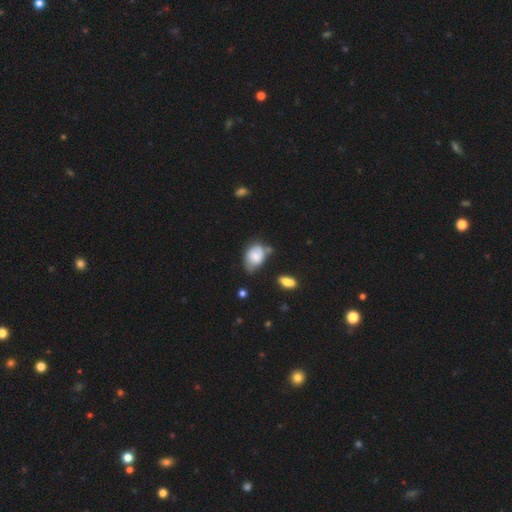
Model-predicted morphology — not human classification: A smooth galaxy with no disk features (60%) that is in between round and cigar-shaped (79%).

Vote fractions:
- Smooth or featured? smooth: 60% / featured or disk: 32% / star or artifact: 8%
- How rounded? in between: 79% / round: 20% / cigar-shaped: 1%
- Merging? none: 42% / minor disturbance: 36% / major disturbance: 13% / merger: 9%